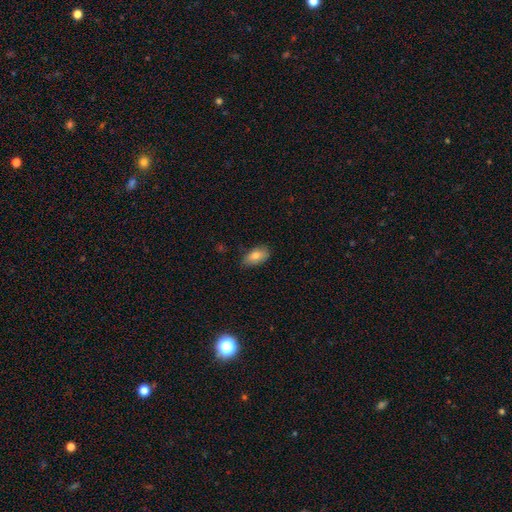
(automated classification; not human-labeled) Smooth or featured? Predicted: smooth (p=0.78). How rounded? Predicted: in between (p=0.90). Merging? Predicted: none (p=0.74).